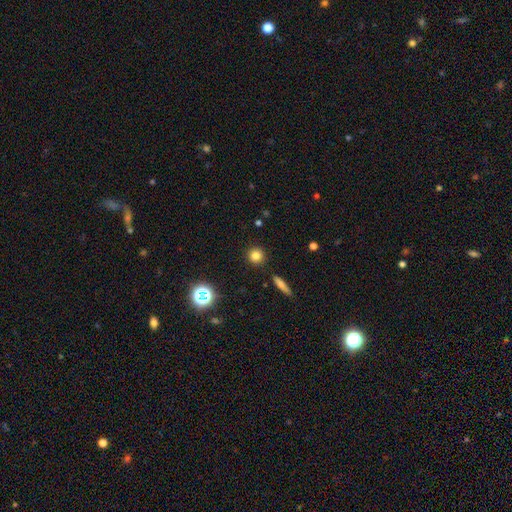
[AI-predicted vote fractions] Smooth or featured? smooth (79%)
How rounded? round (93%)
Merging? none (91%)